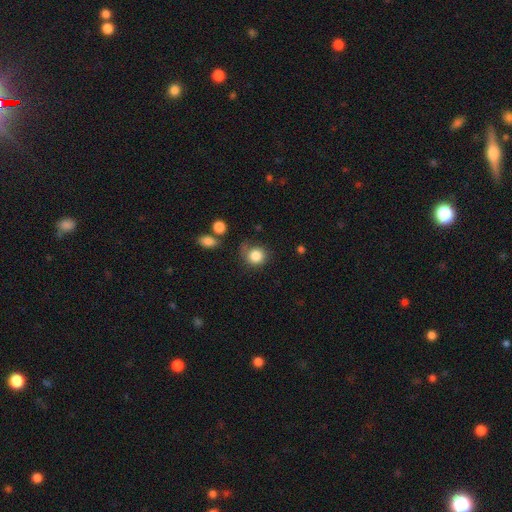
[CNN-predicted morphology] Smooth or featured? smooth (84%)
How rounded? round (84%)
Merging? none (60%)